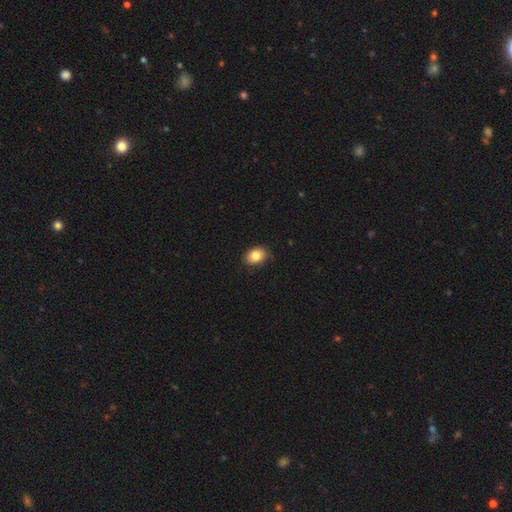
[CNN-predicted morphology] smooth 81%, featured or disk 10%, star or artifact 9%. Down the decision tree: how rounded — in between (62%); merging — none (77%).